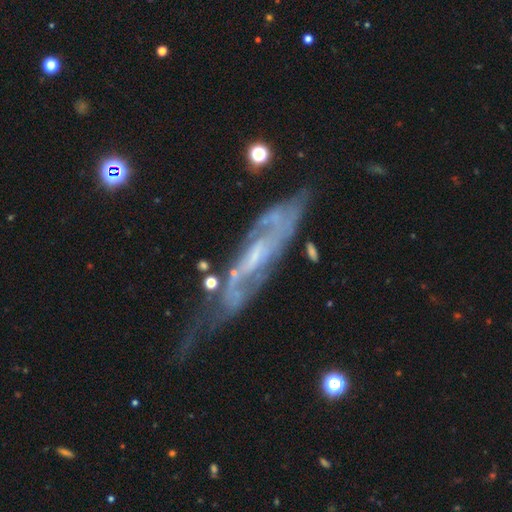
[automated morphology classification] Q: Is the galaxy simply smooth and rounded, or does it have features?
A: featured or disk — 82%.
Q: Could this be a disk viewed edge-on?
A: no — 72%.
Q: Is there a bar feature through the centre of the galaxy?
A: weak — 43%.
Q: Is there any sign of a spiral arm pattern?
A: yes — 87%.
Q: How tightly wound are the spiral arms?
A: medium — 42%, tied with tight.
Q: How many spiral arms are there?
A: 2 — 44%.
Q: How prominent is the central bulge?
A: small — 58%.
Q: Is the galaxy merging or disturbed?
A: none — 50%.